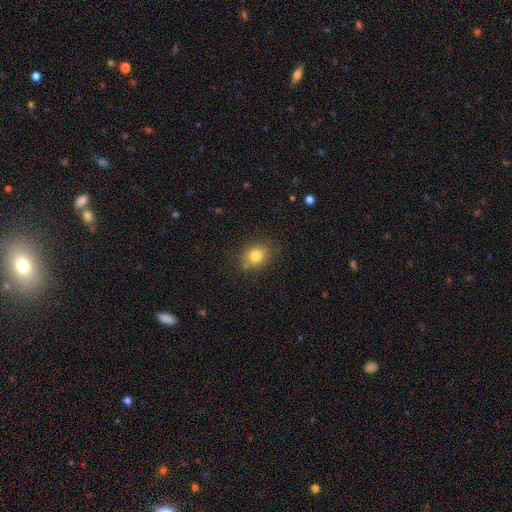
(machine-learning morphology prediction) Overall: smooth (80%). How rounded: round (63%; in between 36%). Merging: none (79%).